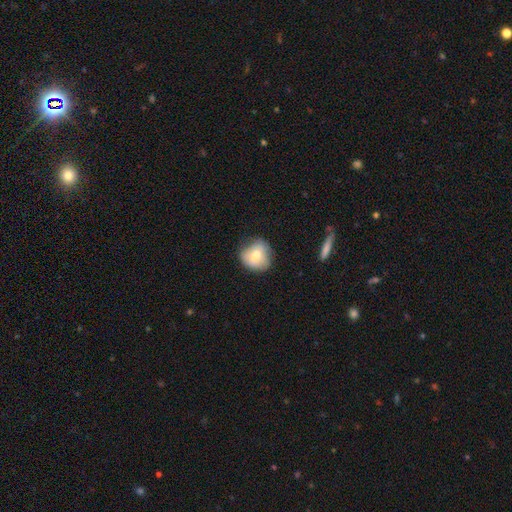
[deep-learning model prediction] A smooth galaxy with no disk features (67%) that is round (76%). Merging: none (64%).